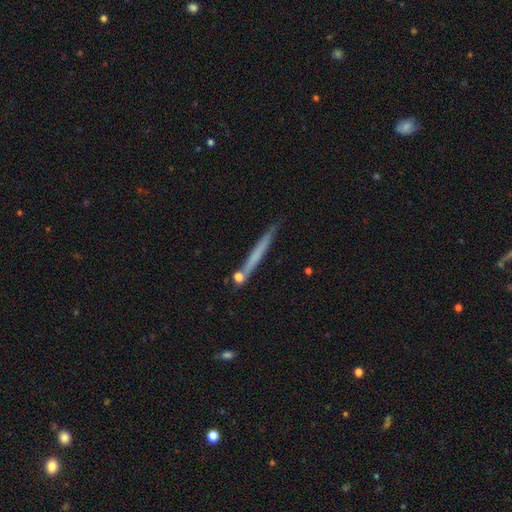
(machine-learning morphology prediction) smooth-or-featured: smooth: 52% | featured or disk: 41% | star or artifact: 7%
  how-rounded: cigar-shaped: 96% | in between: 2% | round: 2%
  merging: none: 81% | minor disturbance: 11% | merger: 5% | major disturbance: 2%